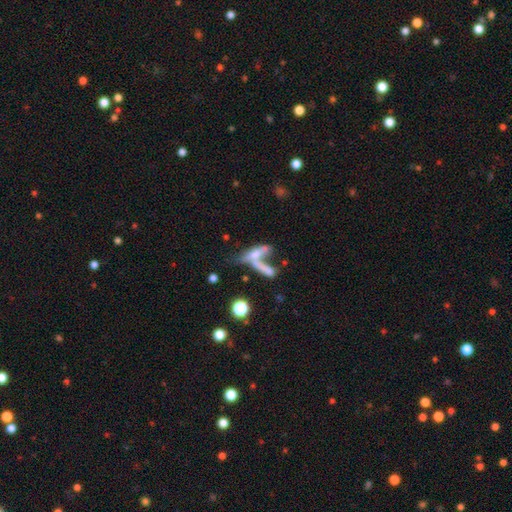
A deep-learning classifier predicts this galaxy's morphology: The model was most divided on "smooth or featured": smooth: 54%, featured or disk: 34%, star or artifact: 12%. More confident: how rounded — cigar-shaped (62%); merging — merger (53%).